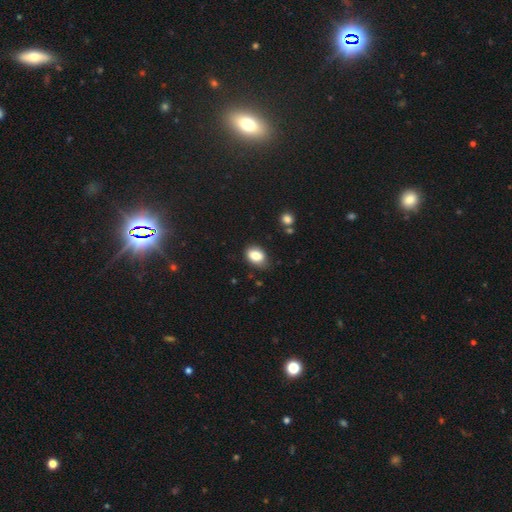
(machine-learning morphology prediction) This appears to be a smooth galaxy with no disk features (83%) that is in between round and cigar-shaped (82%). Merging: none (72%).